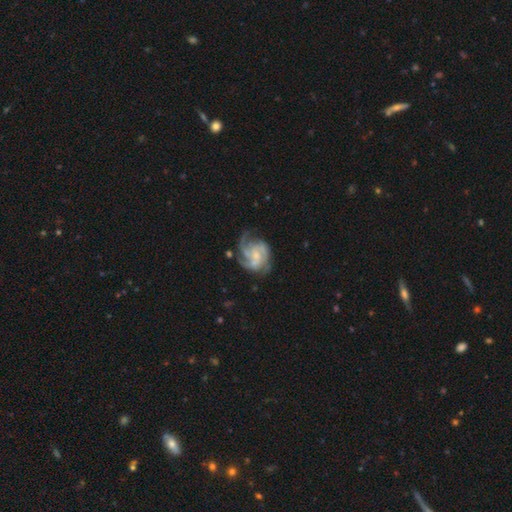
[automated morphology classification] Overall: featured or disk (84%). Edge-on disk: no (98%). Bar: no (63%; weak 32%). Spiral arms: yes (95%). Spiral arm count: 3 (42%; 4 18%). Spiral winding: medium (46%; tight 38%). Bulge size: small (48%; moderate 28%). Merging: none (56%; minor disturbance 21%).